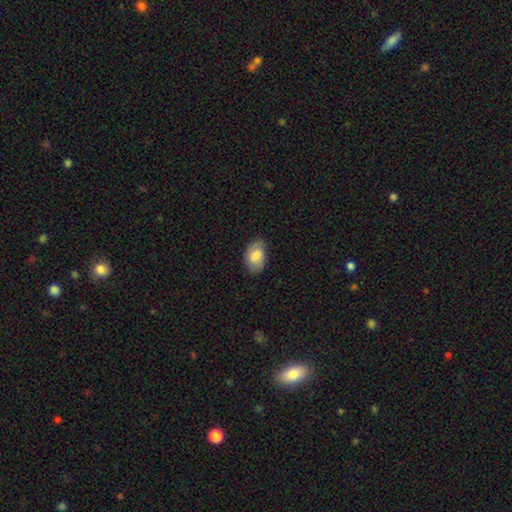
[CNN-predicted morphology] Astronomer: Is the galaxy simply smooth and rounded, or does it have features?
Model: smooth — 76%.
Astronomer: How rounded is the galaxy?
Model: in between — 90%.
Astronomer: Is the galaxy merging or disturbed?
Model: none — 78%.